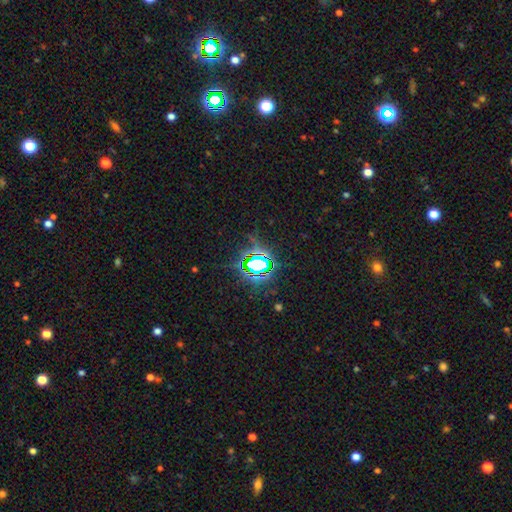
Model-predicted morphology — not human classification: Q: Smooth or featured?
A: star or artifact (81%); runner-up: smooth (11%)